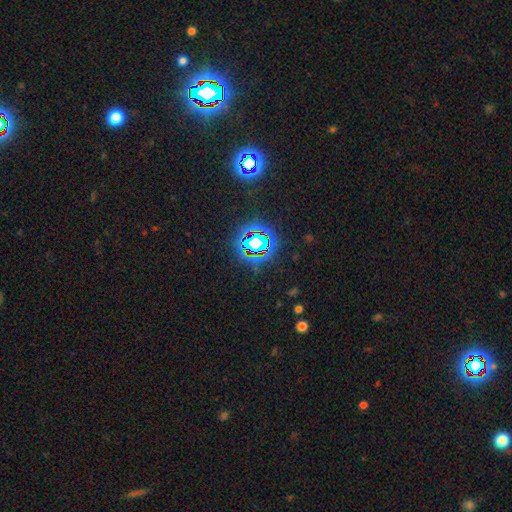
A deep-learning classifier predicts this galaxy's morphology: A star or artifact, not a galaxy (81%).